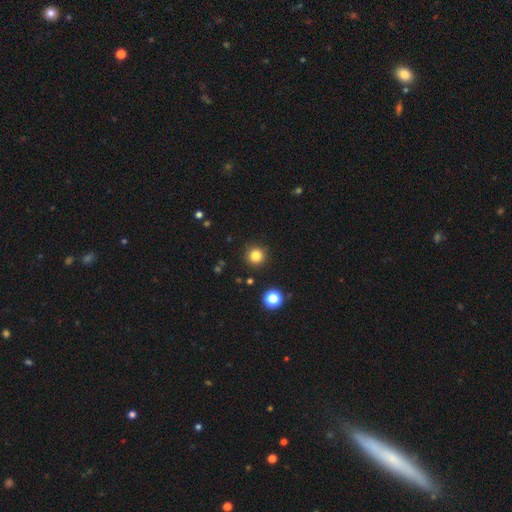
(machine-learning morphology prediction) A smooth galaxy with no disk features (82%) that is round (95%).

Vote fractions:
- Smooth or featured? smooth: 82% / star or artifact: 13% / featured or disk: 5%
- How rounded? round: 95% / in between: 4% / cigar-shaped: 1%
- Merging? none: 91% / minor disturbance: 6% / major disturbance: 2% / merger: 2%